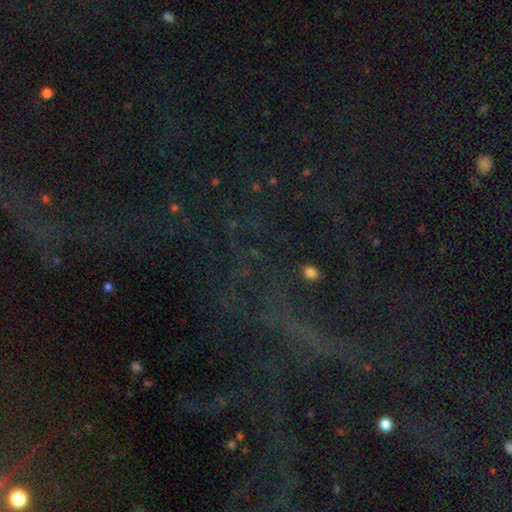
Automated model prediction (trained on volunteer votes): Smooth or featured? star or artifact (75%)